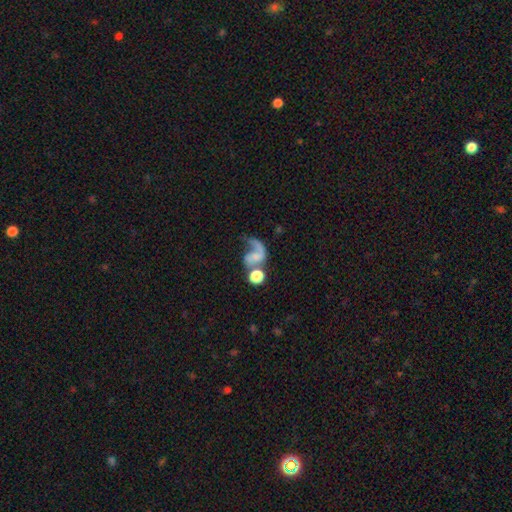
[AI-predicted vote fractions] A featured or disk galaxy (61%) with no bar (68%), spiral arms (81%) and no central bulge (38%).

Vote fractions:
- Smooth or featured? featured or disk: 61% / smooth: 29% / star or artifact: 11%
- Edge-on disk? no: 98% / yes: 2%
- Bar? no: 68% / weak: 24% / strong: 8%
- Spiral arms? yes: 81% / no: 19%
- Bulge size? none: 38% / small: 37% / moderate: 17% / large: 5% / dominant: 3%
- Merging? major disturbance: 34% / merger: 30% / none: 23% / minor disturbance: 12%